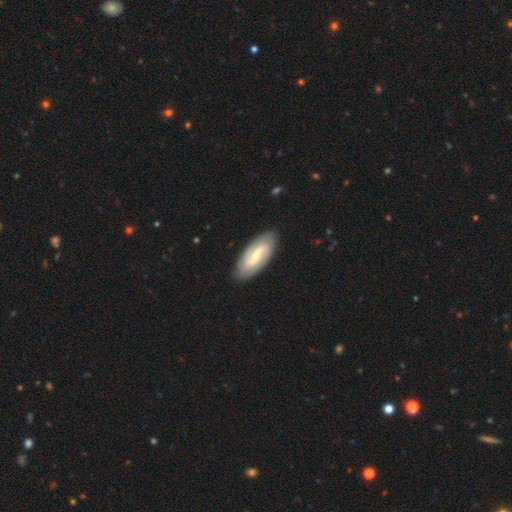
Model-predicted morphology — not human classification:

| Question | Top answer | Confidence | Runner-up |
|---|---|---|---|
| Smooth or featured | featured or disk | 71% | smooth (24%) |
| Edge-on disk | no | 93% | yes (7%) |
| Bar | weak | 49% | strong (37%) |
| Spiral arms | yes | 89% | no (11%) |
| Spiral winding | medium | 38% | loose (35%) |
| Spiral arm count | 2 | 82% | can't tell (11%) |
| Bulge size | small | 52% | moderate (33%) |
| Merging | none | 84% | minor disturbance (12%) |